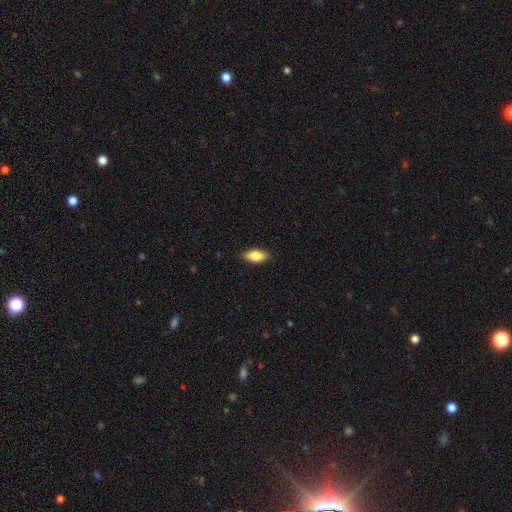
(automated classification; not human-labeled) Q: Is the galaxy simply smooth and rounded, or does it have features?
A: smooth — 82%.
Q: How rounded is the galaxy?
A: in between — 85%.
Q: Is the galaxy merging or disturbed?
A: none — 87%.